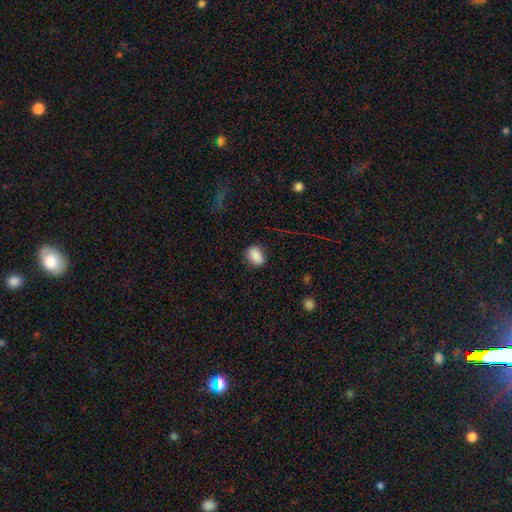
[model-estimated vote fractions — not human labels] Smooth or featured? smooth (88%)
How rounded? in between (78%)
Merging? none (81%)